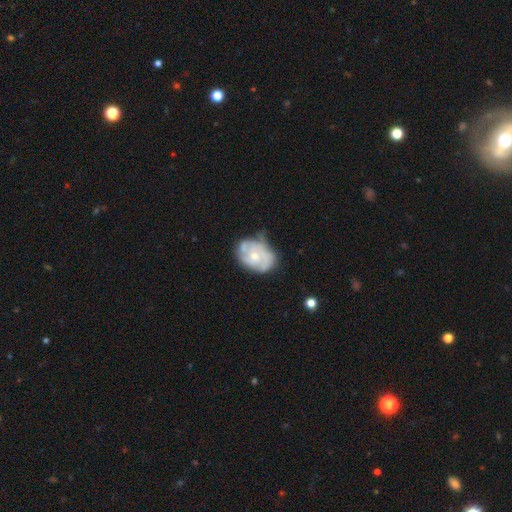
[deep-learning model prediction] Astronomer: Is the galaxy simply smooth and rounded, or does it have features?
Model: featured or disk — 67%.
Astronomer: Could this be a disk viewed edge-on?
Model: no — 97%.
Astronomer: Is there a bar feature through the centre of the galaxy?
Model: no — 82%.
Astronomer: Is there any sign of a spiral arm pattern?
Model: yes — 70%.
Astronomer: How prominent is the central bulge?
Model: moderate — 52% (runner-up: small, 43%).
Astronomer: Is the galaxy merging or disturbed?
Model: none — 53% (runner-up: minor disturbance, 31%).